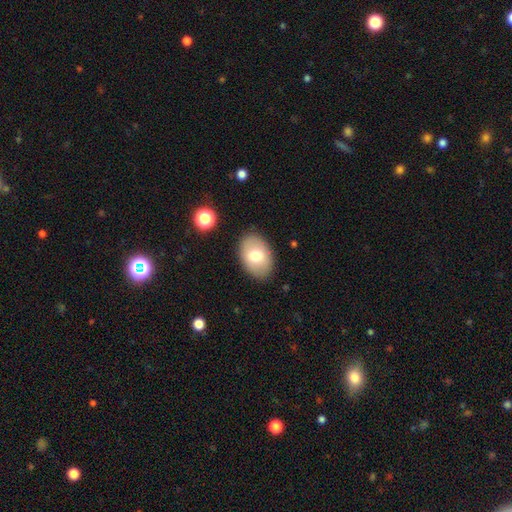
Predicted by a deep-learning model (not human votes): Overall: smooth (72%). How rounded: in between (85%). Merging: none (86%).